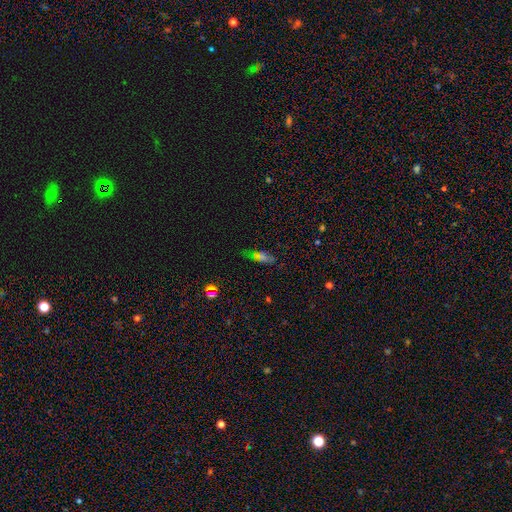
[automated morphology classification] This is marginally a smooth galaxy (37%). Merging: likely none (70%).